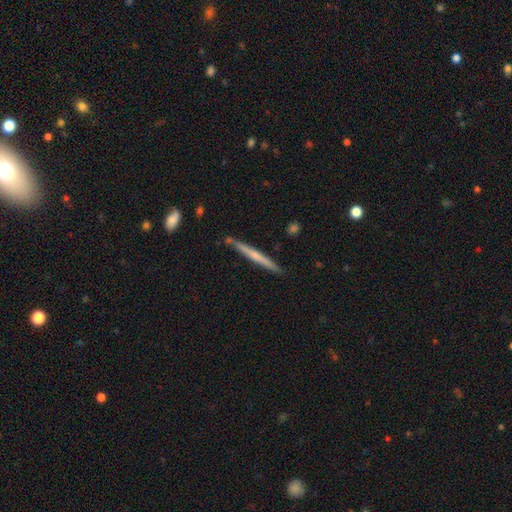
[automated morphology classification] Q: Smooth or featured?
A: featured or disk (47%); tied with: smooth (47%)
Q: Merging?
A: none (86%); runner-up: minor disturbance (10%)